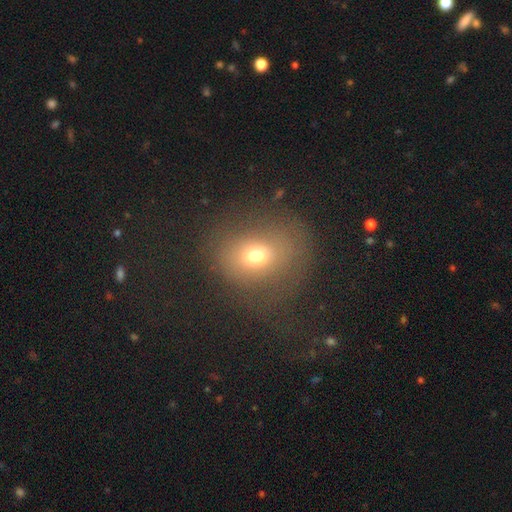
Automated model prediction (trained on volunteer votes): This appears to be a smooth galaxy with no disk features (67%) that is round (58%). Merging: none (63%).